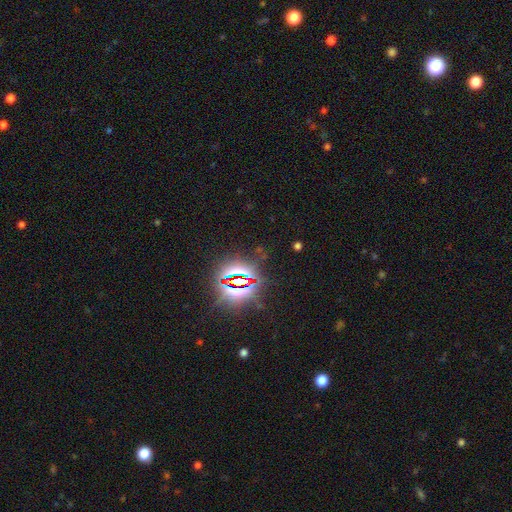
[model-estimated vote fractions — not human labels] Q: Smooth or featured?
A: star or artifact (83%); runner-up: smooth (10%)